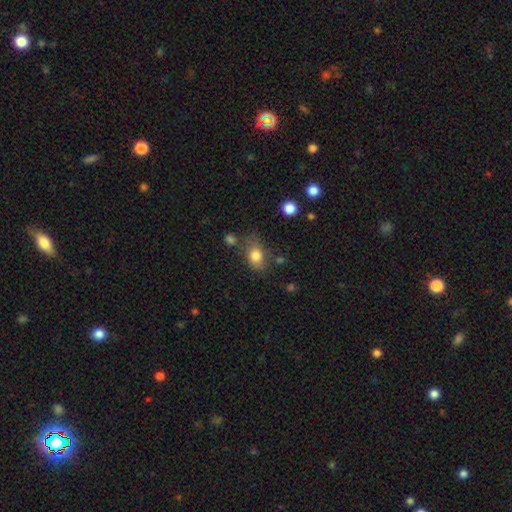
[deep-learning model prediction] Smooth or featured: smooth — 81% (featured or disk — 10%)
How rounded: in between — 70% (round — 29%)
Merging: none — 61% (minor disturbance — 22%)